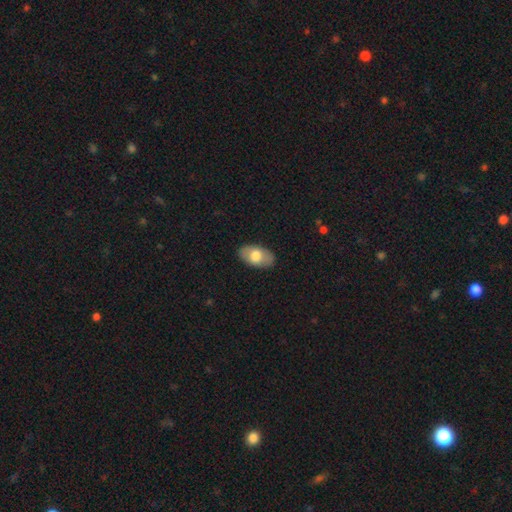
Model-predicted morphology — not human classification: This is likely a smooth galaxy (68%). How rounded: clearly in between (93%). Merging: clearly none (86%).